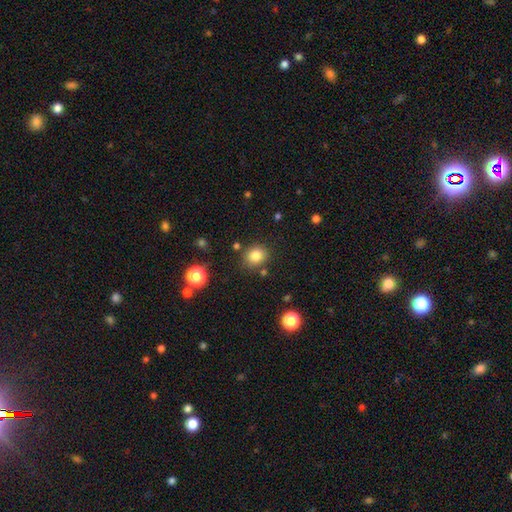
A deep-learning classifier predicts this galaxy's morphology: A smooth galaxy with no disk features (82%) that is round (76%). Merging: none (82%).